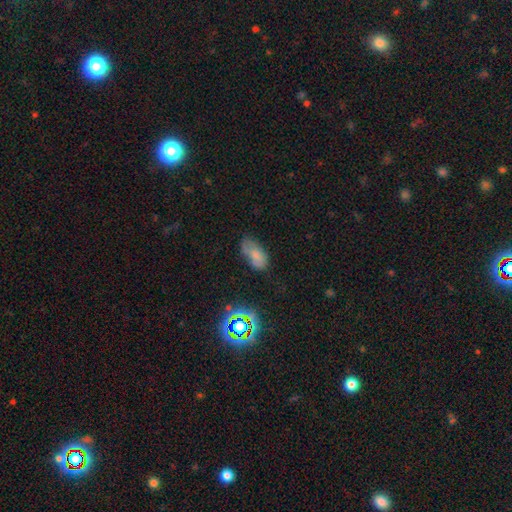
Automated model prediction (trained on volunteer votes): Morphology: type=smooth (69%); roundness=in between (92%); merging=none (52%).